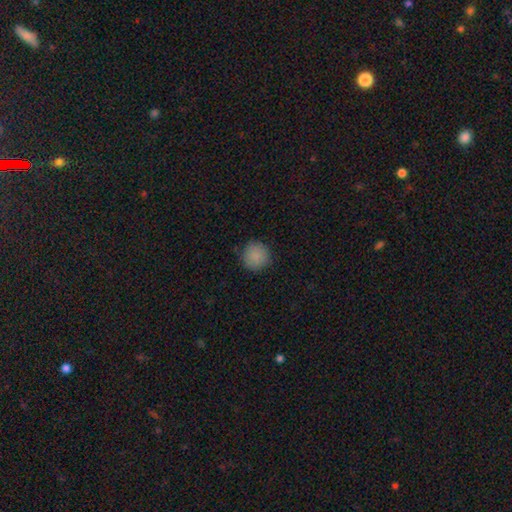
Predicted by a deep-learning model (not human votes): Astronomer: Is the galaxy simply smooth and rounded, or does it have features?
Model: smooth — 87%.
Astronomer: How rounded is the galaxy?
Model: round — 94%.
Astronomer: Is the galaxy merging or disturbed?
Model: none — 87%.